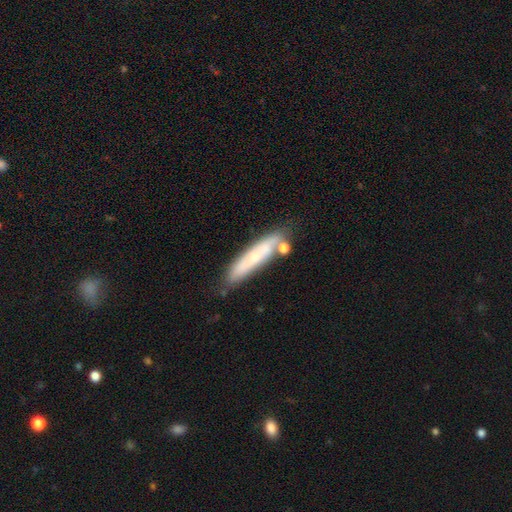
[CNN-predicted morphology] Overall: smooth (50%; featured or disk 42%). How rounded: cigar-shaped (85%). Merging: none (69%).